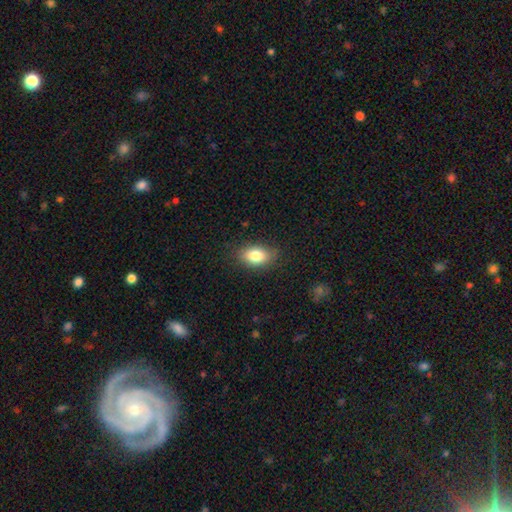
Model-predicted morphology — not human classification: This is clearly a smooth galaxy (82%). How rounded: clearly in between (86%). Merging: clearly none (84%).